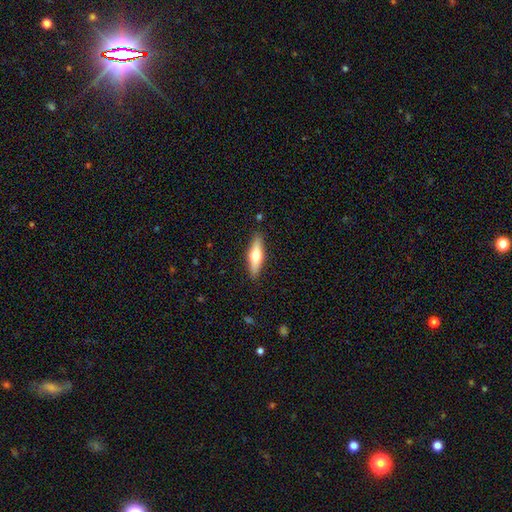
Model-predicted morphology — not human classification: smooth_or_featured: smooth (p=0.49) [alt: featured or disk p=0.45]
merging: none (p=0.88) [alt: minor disturbance p=0.09]